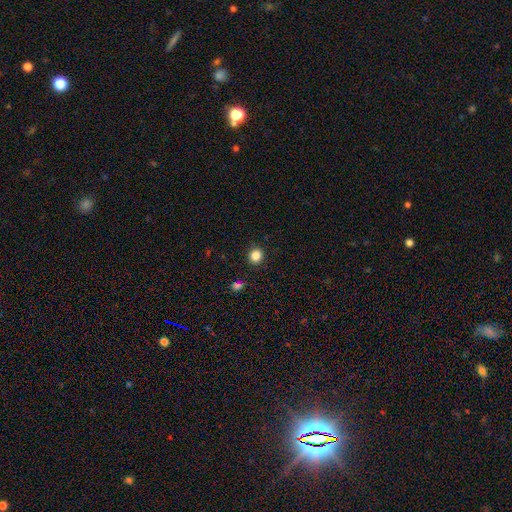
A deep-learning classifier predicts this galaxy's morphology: Q: Smooth or featured?
A: smooth (85%); runner-up: star or artifact (11%)
Q: How rounded?
A: round (87%); runner-up: in between (12%)
Q: Merging?
A: none (91%); runner-up: minor disturbance (6%)